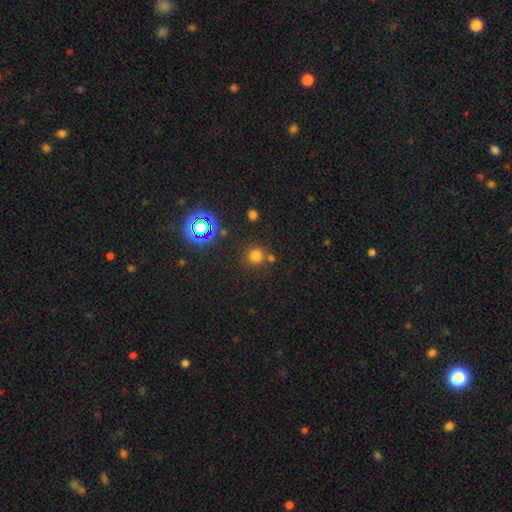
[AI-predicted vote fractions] A smooth galaxy with no disk features (71%) that is round (91%).

Vote fractions:
- Smooth or featured? smooth: 71% / star or artifact: 23% / featured or disk: 6%
- How rounded? round: 91% / in between: 8% / cigar-shaped: 1%
- Merging? none: 73% / merger: 15% / minor disturbance: 9% / major disturbance: 4%